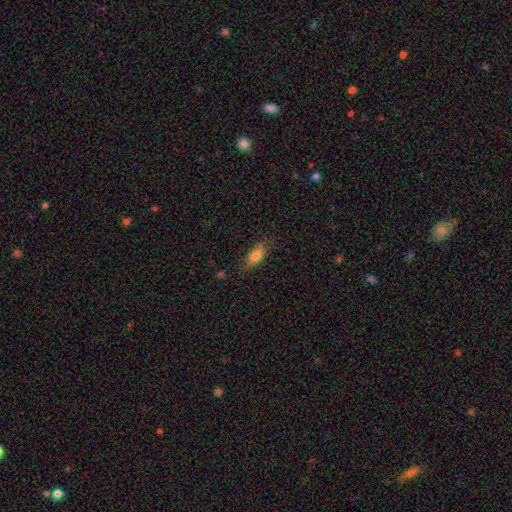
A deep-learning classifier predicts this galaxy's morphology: Overall: smooth (78%). How rounded: in between (80%). Merging: none (75%).